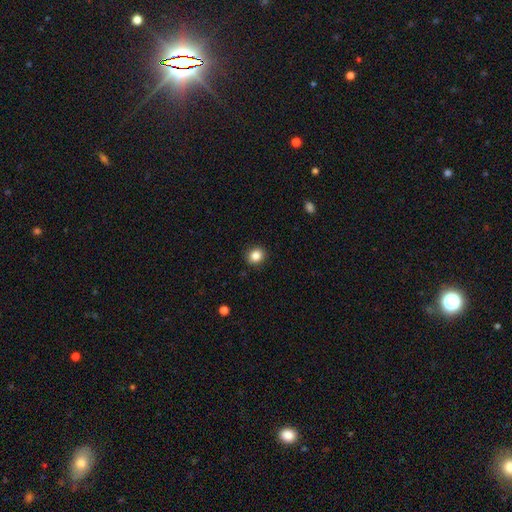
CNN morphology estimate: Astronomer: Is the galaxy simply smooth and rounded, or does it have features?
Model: smooth — 85%.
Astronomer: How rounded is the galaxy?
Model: round — 77%.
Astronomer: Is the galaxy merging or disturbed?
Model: none — 91%.